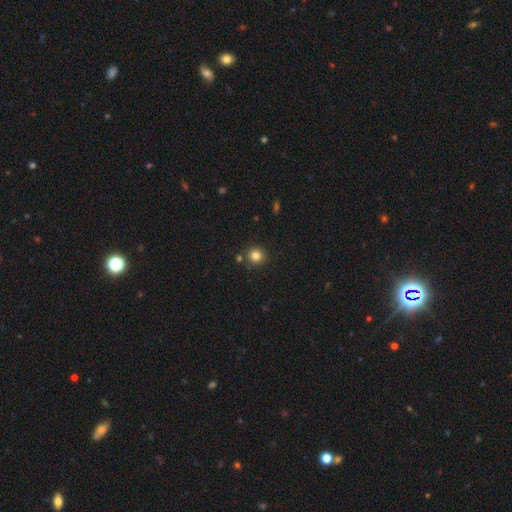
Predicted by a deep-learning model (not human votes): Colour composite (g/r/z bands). It shows a smooth galaxy with no disk features (82%) that is round (92%). Merging: none (84%).